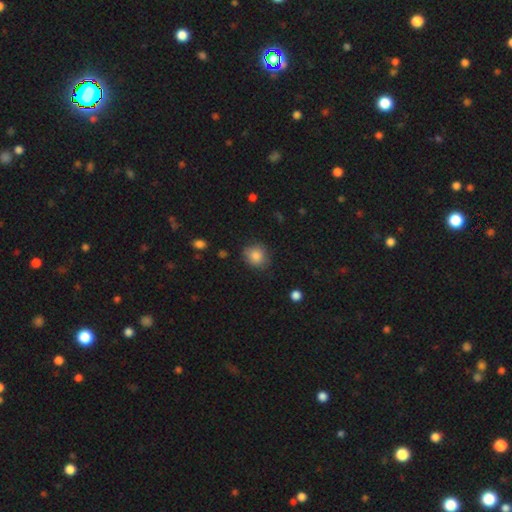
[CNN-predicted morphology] This appears to be a smooth galaxy with no disk features (85%) that is round (79%). Merging: none (77%).